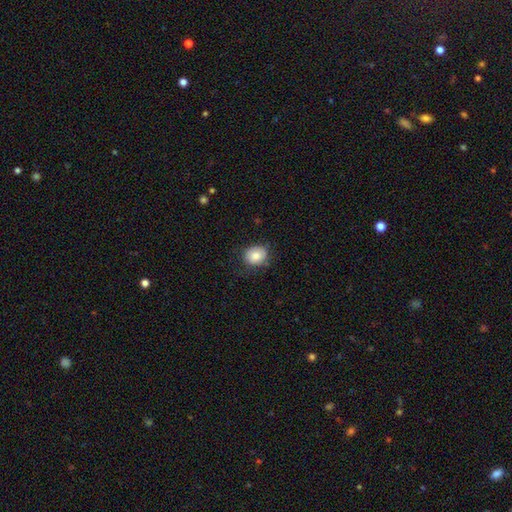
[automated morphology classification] smooth_or_featured: smooth (p=0.79) [alt: featured or disk p=0.13]
how_rounded: round (p=0.66) [alt: in between p=0.34]
merging: none (p=0.75) [alt: minor disturbance p=0.19]